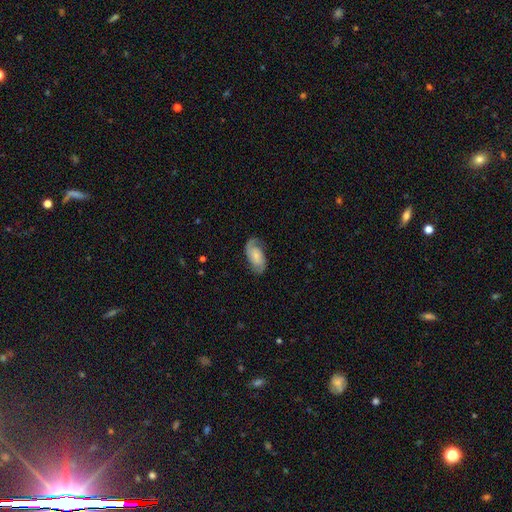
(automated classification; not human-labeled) A featured or disk galaxy (65%) with no bar (64%), 2 (81%) medium (44%) spiral arms (93%) and a small central bulge (51%).

Vote fractions:
- Smooth or featured? featured or disk: 65% / smooth: 28% / star or artifact: 7%
- Edge-on disk? no: 96% / yes: 4%
- Bar? no: 64% / weak: 29% / strong: 6%
- Spiral arms? yes: 93% / no: 7%
- Spiral winding? medium: 44% / tight: 36% / loose: 20%
- Spiral arm count? 2: 81% / can't tell: 9% / 1: 7% / 3: 1% / 4: 1% / more than 4: 1%
- Bulge size? small: 51% / moderate: 27% / none: 15% / large: 5% / dominant: 2%
- Merging? none: 74% / minor disturbance: 18% / major disturbance: 7% / merger: 1%